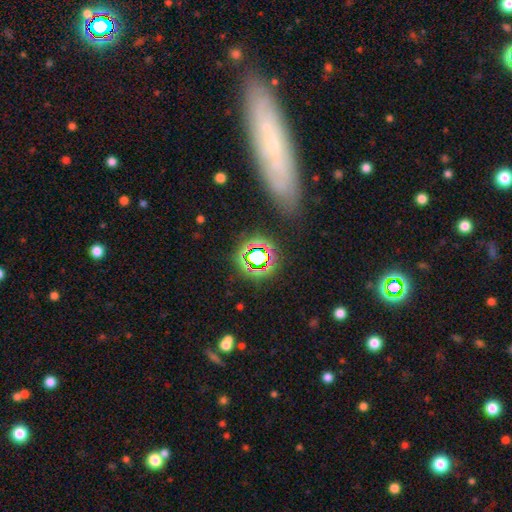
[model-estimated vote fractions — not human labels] Smooth or featured?
  - star or artifact: 53% *
  - smooth: 32%
  - featured or disk: 15%